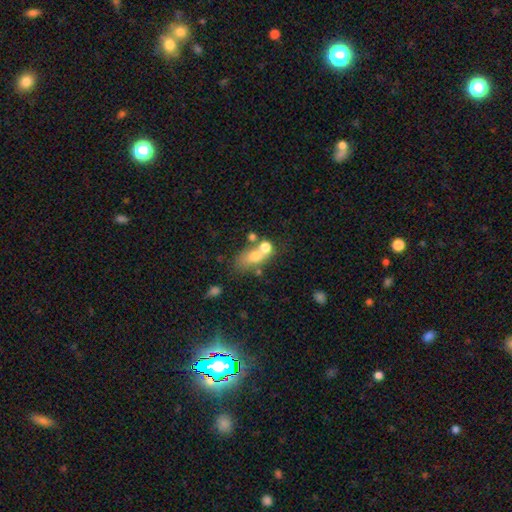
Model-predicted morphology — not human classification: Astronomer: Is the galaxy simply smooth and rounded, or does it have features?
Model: smooth — 65%.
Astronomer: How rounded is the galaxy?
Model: in between — 65%.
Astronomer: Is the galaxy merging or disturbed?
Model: merger — 45% (runner-up: none, 34%).